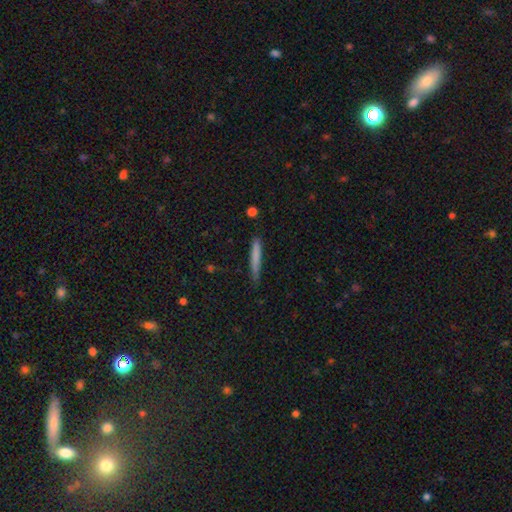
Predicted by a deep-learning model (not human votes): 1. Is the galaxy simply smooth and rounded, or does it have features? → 76% smooth, 18% featured or disk, 6% star or artifact.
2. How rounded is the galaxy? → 95% cigar-shaped, 4% in between, 1% round.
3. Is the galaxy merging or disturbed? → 73% none, 22% minor disturbance, 4% major disturbance, 2% merger.